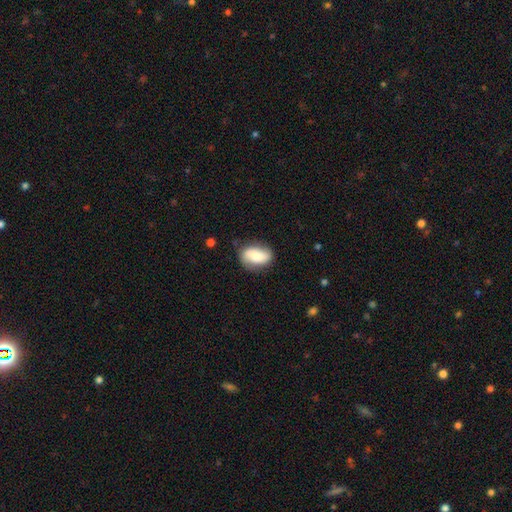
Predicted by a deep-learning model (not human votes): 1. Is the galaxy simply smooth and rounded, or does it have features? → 54% smooth, 39% featured or disk, 7% star or artifact.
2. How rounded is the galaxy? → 86% in between, 11% round, 2% cigar-shaped.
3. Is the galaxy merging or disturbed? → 75% none, 18% minor disturbance, 5% major disturbance, 2% merger.